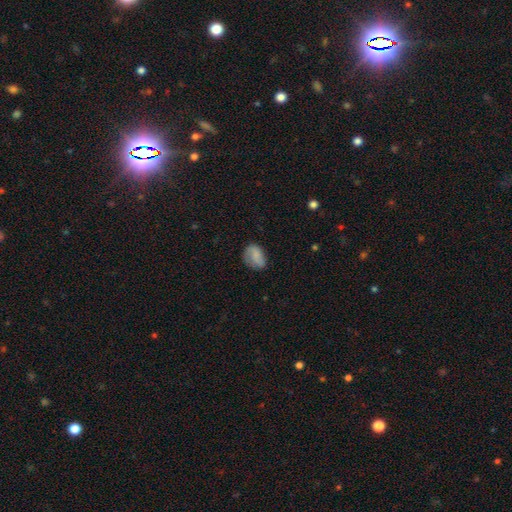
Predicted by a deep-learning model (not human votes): A smooth galaxy with no disk features (72%) that is in between round and cigar-shaped (73%).

Vote fractions:
- Smooth or featured? smooth: 72% / featured or disk: 19% / star or artifact: 9%
- How rounded? in between: 73% / round: 25% / cigar-shaped: 2%
- Merging? none: 59% / minor disturbance: 28% / major disturbance: 11% / merger: 2%